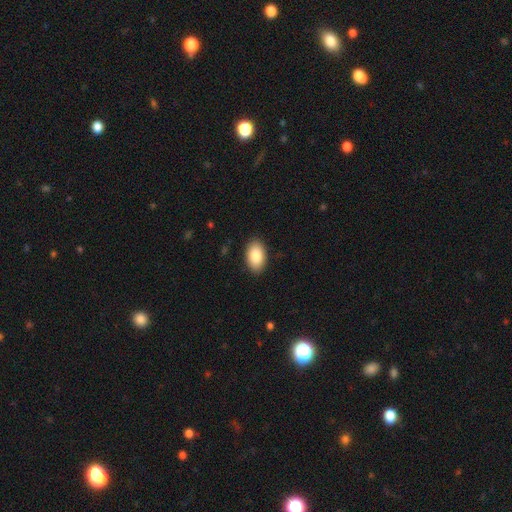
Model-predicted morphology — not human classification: smooth_or_featured: smooth (p=0.87) [alt: featured or disk p=0.07]
how_rounded: in between (p=0.94) [alt: round p=0.05]
merging: none (p=0.89) [alt: minor disturbance p=0.08]